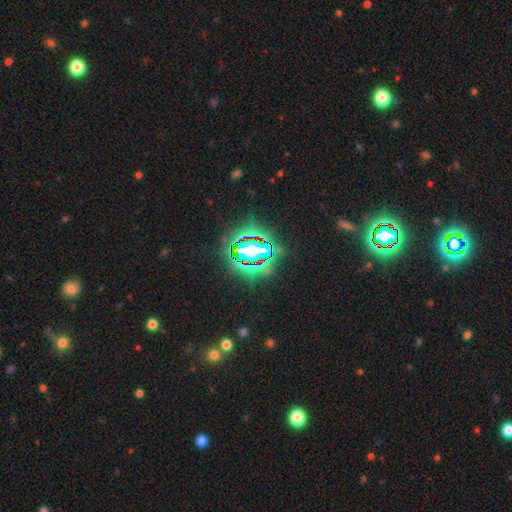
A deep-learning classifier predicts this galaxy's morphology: This is clearly a star or artifact rather than a galaxy (81%).